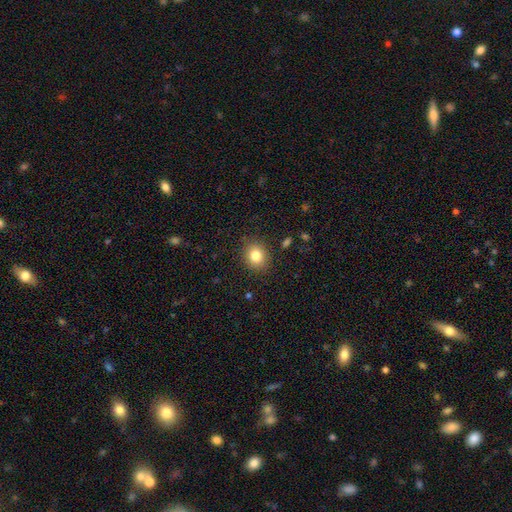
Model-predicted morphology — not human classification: smooth 82%, star or artifact 10%, featured or disk 8%. Down the decision tree: how rounded — round (69%); merging — none (88%).